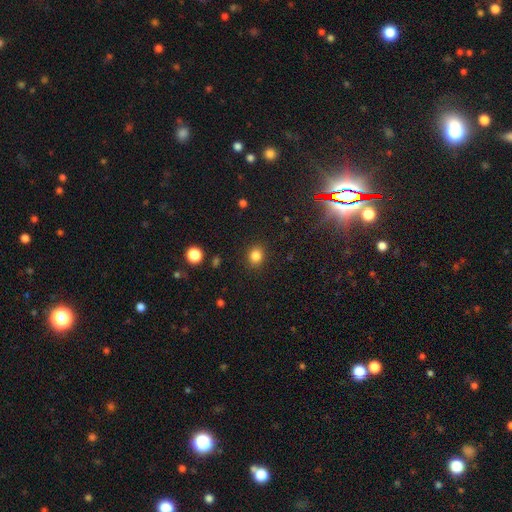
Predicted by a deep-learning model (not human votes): Smooth or featured? smooth (84%)
How rounded? round (69%)
Merging? none (89%)